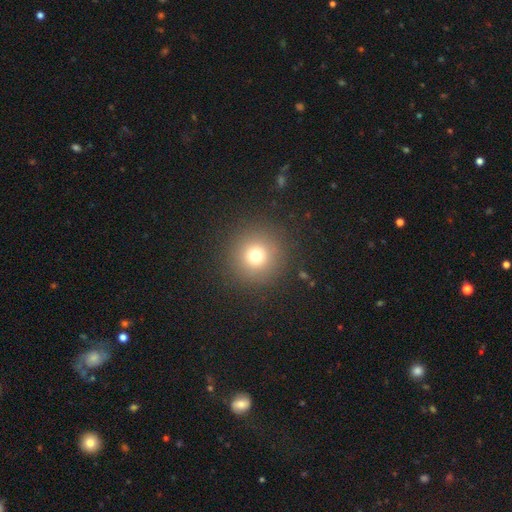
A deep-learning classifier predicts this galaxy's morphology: Smooth or featured: smooth — 73% (star or artifact — 17%)
How rounded: round — 96% (in between — 3%)
Merging: none — 90% (minor disturbance — 5%)